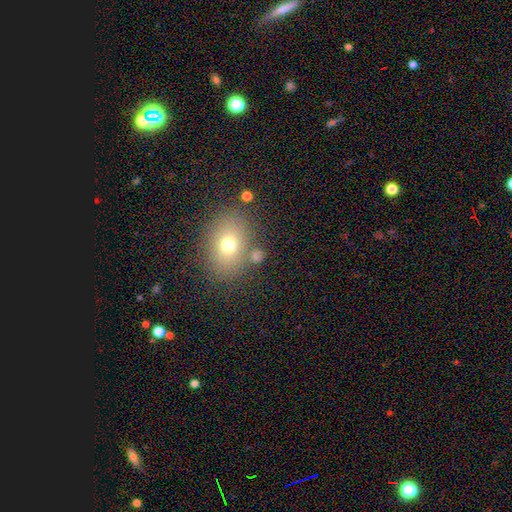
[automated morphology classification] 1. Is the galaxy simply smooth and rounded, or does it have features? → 69% smooth, 15% star or artifact, 15% featured or disk.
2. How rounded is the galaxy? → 59% in between, 39% round, 2% cigar-shaped.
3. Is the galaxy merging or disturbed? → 72% none, 12% minor disturbance, 10% merger, 6% major disturbance.